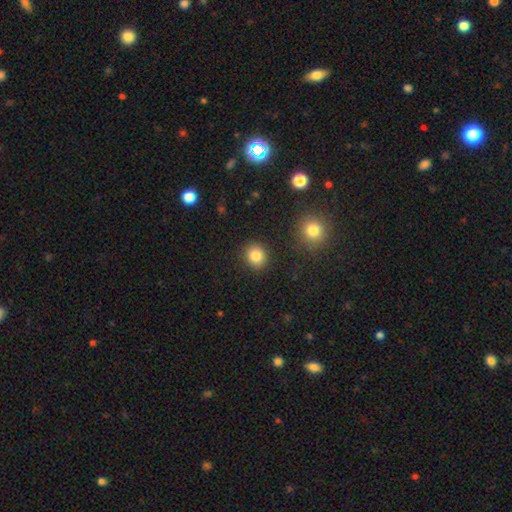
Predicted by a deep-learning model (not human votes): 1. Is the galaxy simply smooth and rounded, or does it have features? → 83% smooth, 11% star or artifact, 6% featured or disk.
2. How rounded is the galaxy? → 75% round, 24% in between, 1% cigar-shaped.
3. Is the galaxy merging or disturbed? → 88% none, 7% minor disturbance, 3% major disturbance, 2% merger.